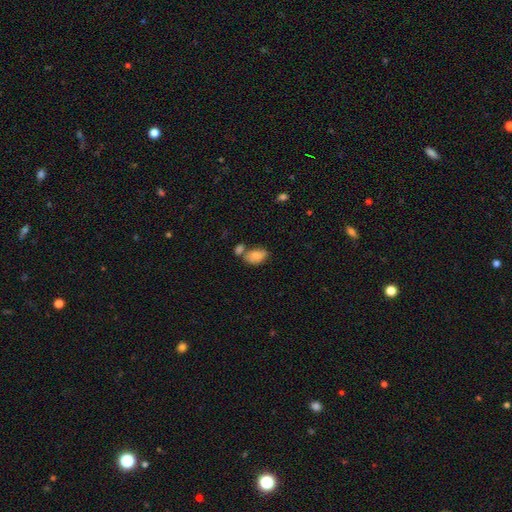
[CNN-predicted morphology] A smooth galaxy with no disk features (82%) that is in between round and cigar-shaped (89%). Merging: none (39%).